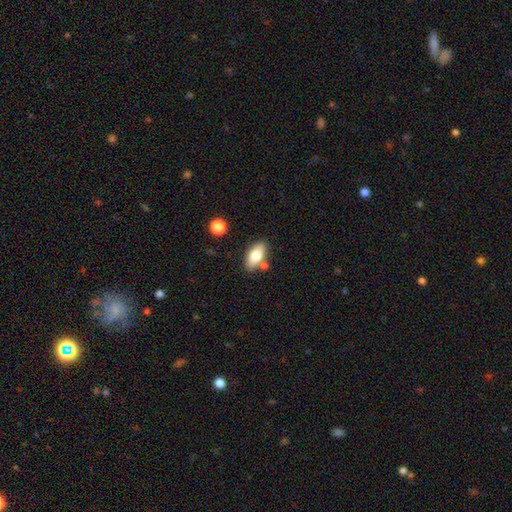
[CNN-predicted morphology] Smooth or featured?
  - smooth: 76% *
  - featured or disk: 17%
  - star or artifact: 7%
How rounded?
  - in between: 89% *
  - cigar-shaped: 7%
  - round: 4%
Merging?
  - none: 76% *
  - minor disturbance: 12%
  - merger: 10%
  - major disturbance: 3%